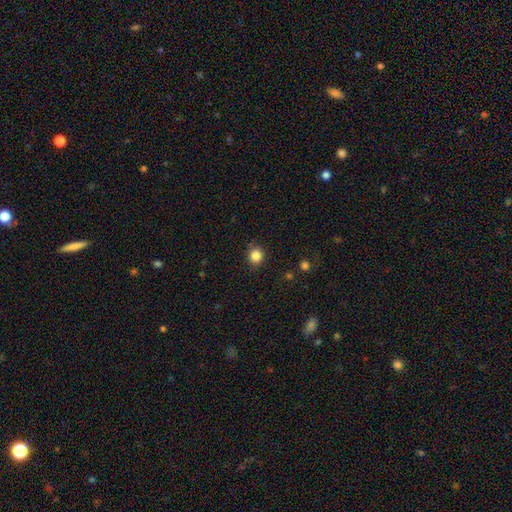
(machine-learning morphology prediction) smooth 85%, star or artifact 11%, featured or disk 4%. Down the decision tree: how rounded — round (83%); merging — none (85%).